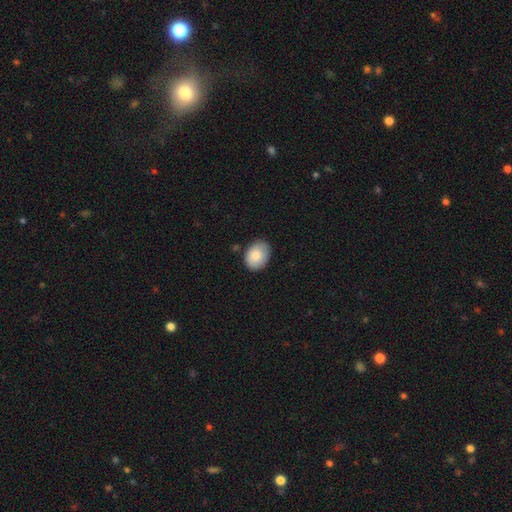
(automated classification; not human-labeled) A smooth galaxy with no disk features (84%) that is in between round and cigar-shaped (73%).

Vote fractions:
- Smooth or featured? smooth: 84% / featured or disk: 10% / star or artifact: 7%
- How rounded? in between: 73% / round: 26% / cigar-shaped: 1%
- Merging? none: 79% / minor disturbance: 17% / major disturbance: 3% / merger: 2%